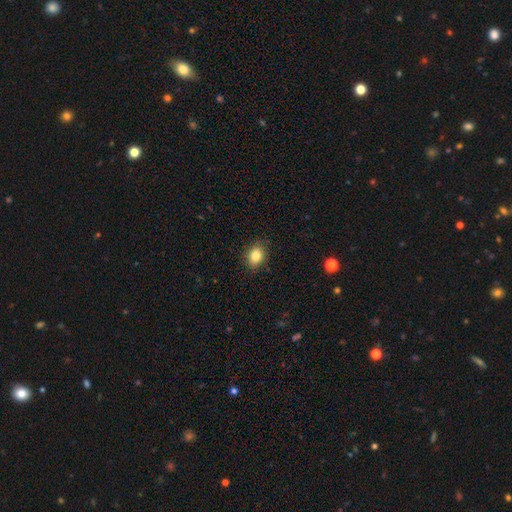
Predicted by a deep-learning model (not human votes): smooth-or-featured: smooth: 84% | star or artifact: 10% | featured or disk: 6%
  how-rounded: in between: 61% | round: 38% | cigar-shaped: 1%
  merging: none: 85% | minor disturbance: 11% | major disturbance: 3% | merger: 1%